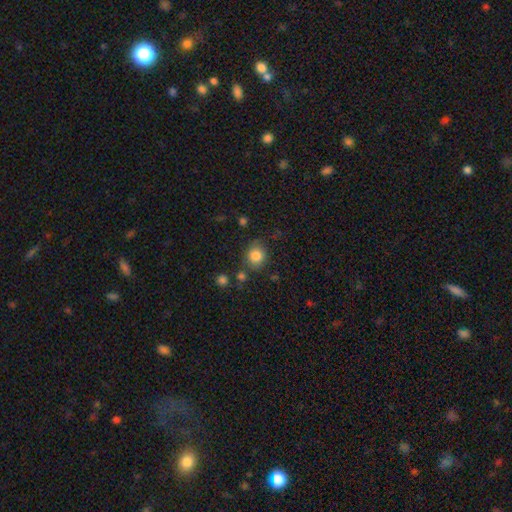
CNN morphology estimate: smooth_or_featured: smooth (p=0.83) [alt: star or artifact p=0.11]
how_rounded: round (p=0.76) [alt: in between p=0.23]
merging: none (p=0.77) [alt: minor disturbance p=0.14]